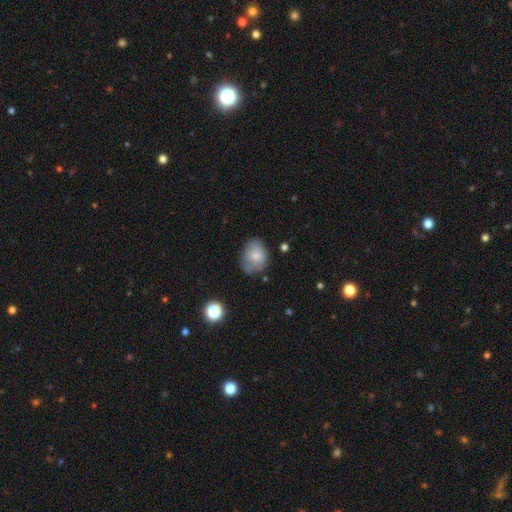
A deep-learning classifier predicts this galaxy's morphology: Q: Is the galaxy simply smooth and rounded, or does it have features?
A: smooth — 69%.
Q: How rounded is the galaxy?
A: in between — 59%.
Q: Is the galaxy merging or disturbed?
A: none — 51%.